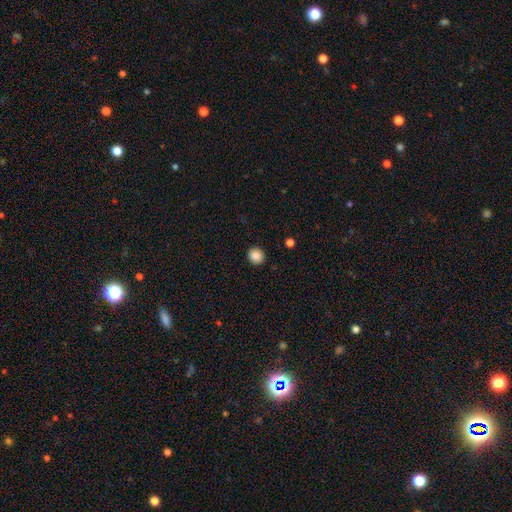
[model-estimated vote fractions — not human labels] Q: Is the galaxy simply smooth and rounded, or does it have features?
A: smooth — 87%.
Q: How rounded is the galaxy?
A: round — 87%.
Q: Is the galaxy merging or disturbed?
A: none — 92%.